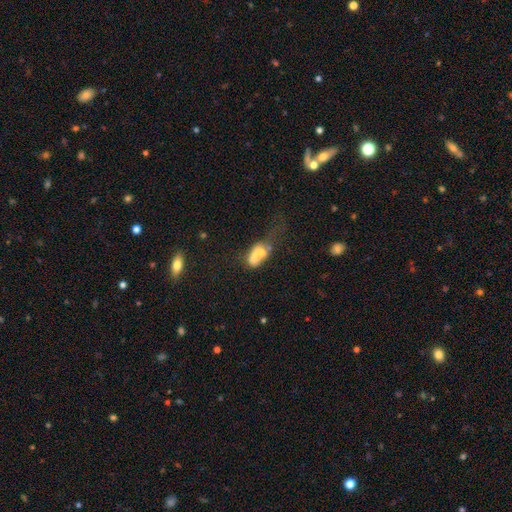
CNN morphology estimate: Smooth or featured?
  - smooth: 59% *
  - featured or disk: 31%
  - star or artifact: 10%
How rounded?
  - in between: 81% *
  - round: 14%
  - cigar-shaped: 6%
Merging?
  - merger: 45% *
  - major disturbance: 21%
  - none: 19%
  - minor disturbance: 15%